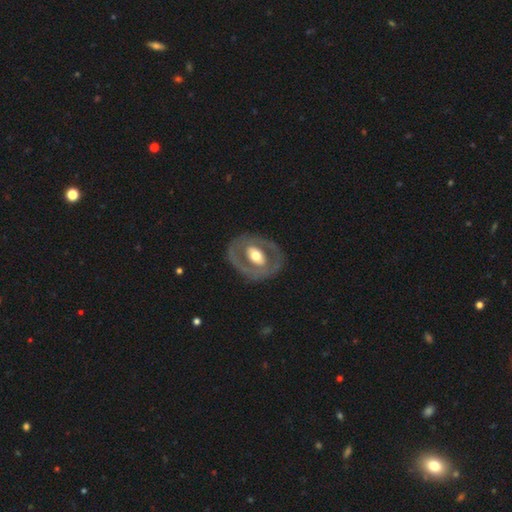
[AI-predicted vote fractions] Smooth or featured: featured or disk — 64% (smooth — 31%)
Edge-on disk: no — 93% (yes — 7%)
Bar: no — 56% (weak — 25%)
Spiral arms: no — 79% (yes — 21%)
Bulge size: moderate — 62% (large — 27%)
Merging: none — 79% (minor disturbance — 13%)